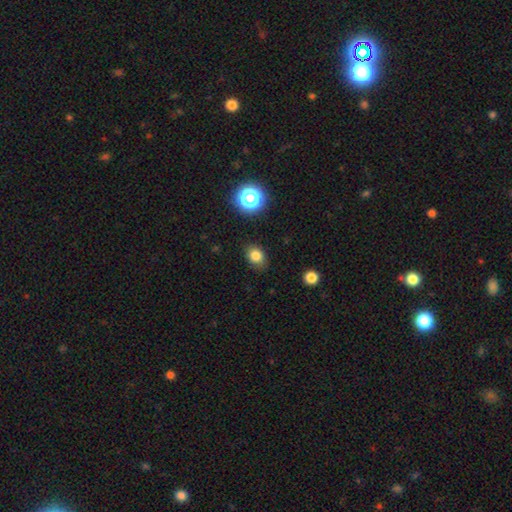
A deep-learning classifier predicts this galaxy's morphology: Overall: smooth (81%). How rounded: in between (58%; round 41%). Merging: none (84%).